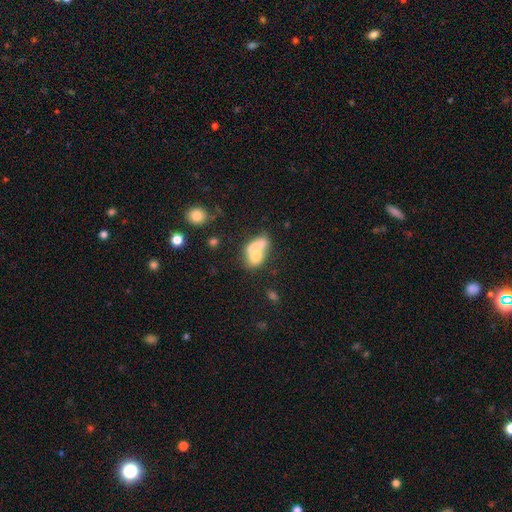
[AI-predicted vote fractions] This appears to be a smooth galaxy with no disk features (66%) that is in between round and cigar-shaped (65%). Merging: merger (73%).